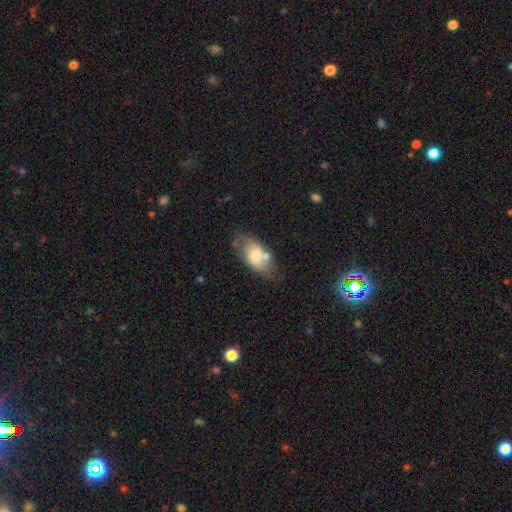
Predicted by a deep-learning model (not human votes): This is likely a smooth galaxy (61%). How rounded: clearly in between (91%). Merging: possibly none (58%).